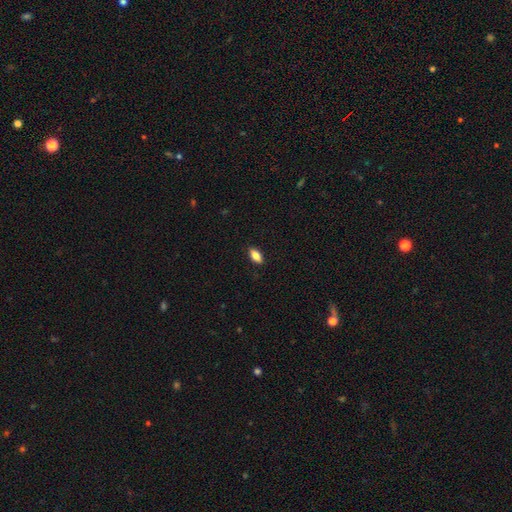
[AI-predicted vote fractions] Smooth or featured?
  - smooth: 81% *
  - featured or disk: 12%
  - star or artifact: 8%
How rounded?
  - in between: 87% *
  - cigar-shaped: 9%
  - round: 4%
Merging?
  - none: 89% *
  - minor disturbance: 9%
  - major disturbance: 2%
  - merger: 1%